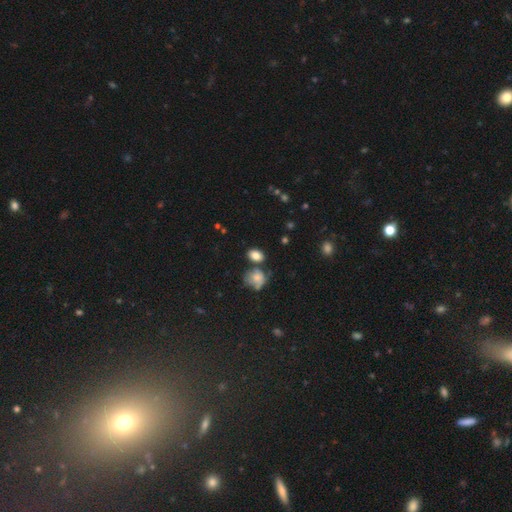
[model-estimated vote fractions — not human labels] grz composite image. It shows a smooth galaxy with no disk features (83%) that is in between round and cigar-shaped (73%). Merging: none (66%).